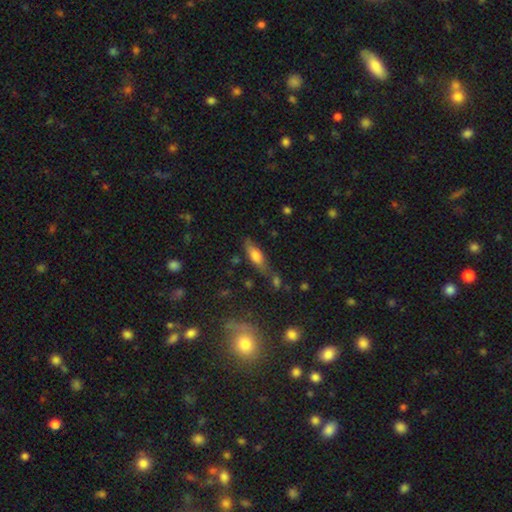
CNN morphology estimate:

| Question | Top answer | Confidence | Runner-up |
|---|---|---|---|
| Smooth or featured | smooth | 66% | featured or disk (25%) |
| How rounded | in between | 53% | cigar-shaped (44%) |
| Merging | none | 60% | minor disturbance (22%) |